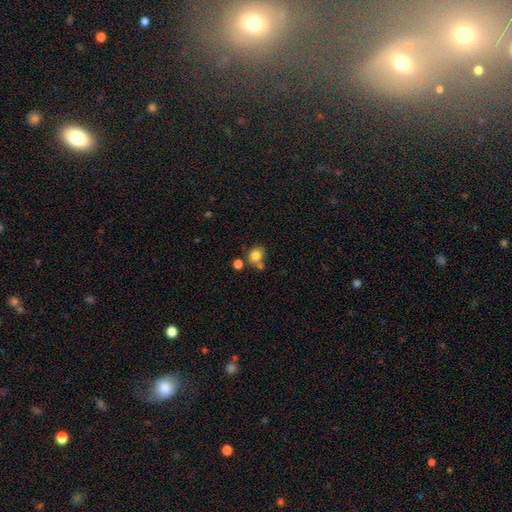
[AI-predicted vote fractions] smooth_or_featured: smooth (p=0.81) [alt: star or artifact p=0.11]
how_rounded: round (p=0.70) [alt: in between p=0.29]
merging: none (p=0.60) [alt: merger p=0.22]